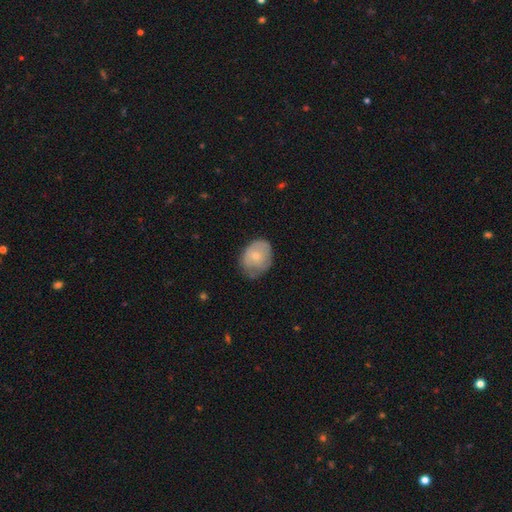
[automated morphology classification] A smooth galaxy with no disk features (67%) that is in between round and cigar-shaped (55%).

Vote fractions:
- Smooth or featured? smooth: 67% / featured or disk: 26% / star or artifact: 7%
- How rounded? in between: 55% / round: 44% / cigar-shaped: 1%
- Merging? none: 50% / minor disturbance: 37% / major disturbance: 11% / merger: 2%